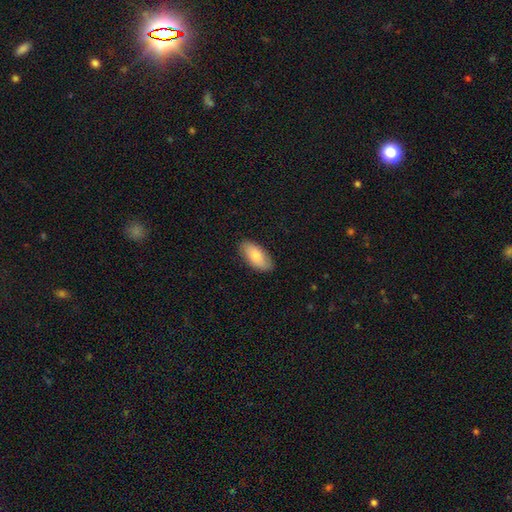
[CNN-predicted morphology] A smooth galaxy with no disk features (80%) that is in between round and cigar-shaped (92%).

Vote fractions:
- Smooth or featured? smooth: 80% / featured or disk: 15% / star or artifact: 6%
- How rounded? in between: 92% / cigar-shaped: 6% / round: 2%
- Merging? none: 86% / minor disturbance: 11% / major disturbance: 2% / merger: 1%